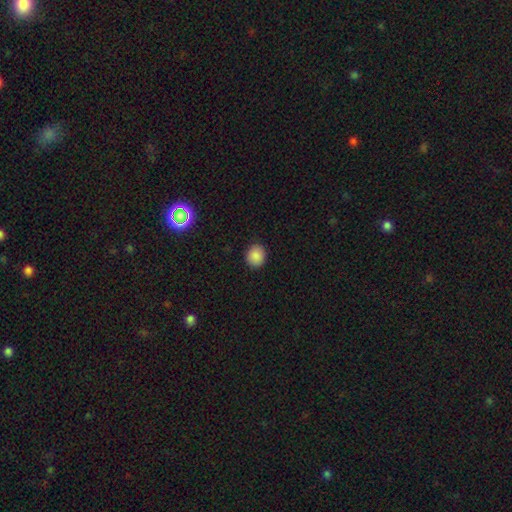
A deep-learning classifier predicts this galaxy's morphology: Q: Smooth or featured?
A: smooth (88%); runner-up: star or artifact (9%)
Q: How rounded?
A: round (80%); runner-up: in between (19%)
Q: Merging?
A: none (89%); runner-up: minor disturbance (8%)